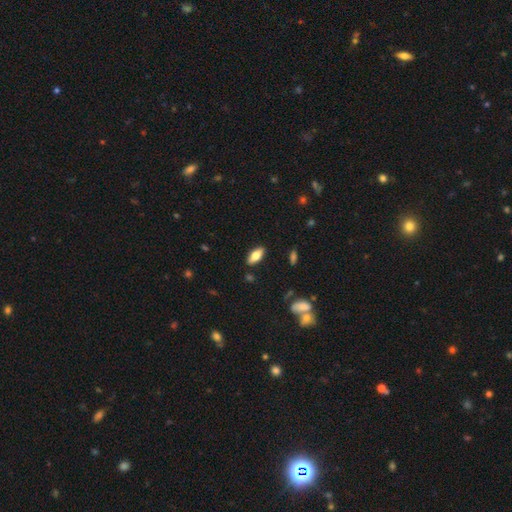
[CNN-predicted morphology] type=smooth (72%); roundness=in between (81%); merging=none (87%).